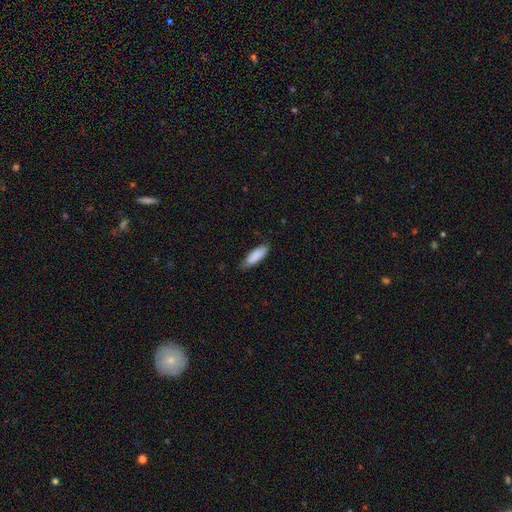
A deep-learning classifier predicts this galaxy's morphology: smooth 87%, featured or disk 7%, star or artifact 6%. Down the decision tree: how rounded — in between (57%); merging — none (74%).